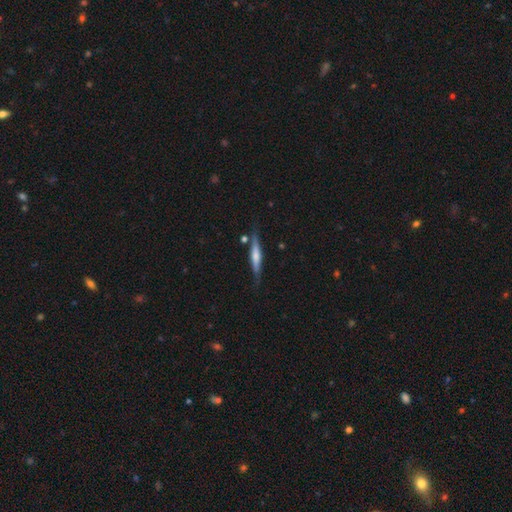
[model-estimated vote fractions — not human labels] featured or disk 52%, smooth 42%, star or artifact 6%. Down the decision tree: edge-on disk — yes (94%); merging — none (77%).